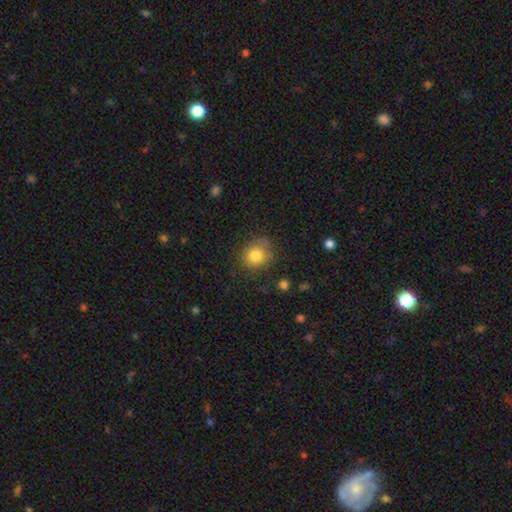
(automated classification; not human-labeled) Morphology: type=smooth (81%); roundness=round (74%); merging=none (72%).